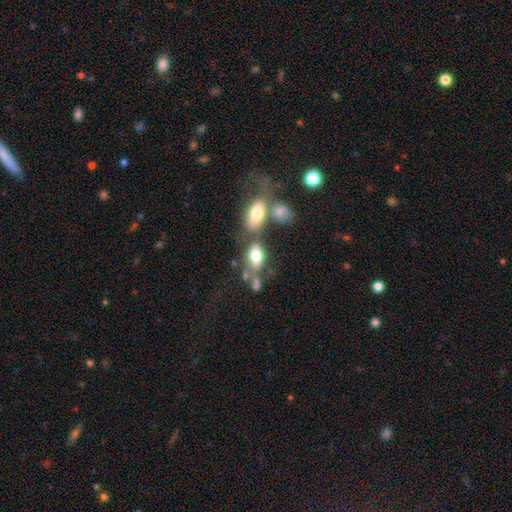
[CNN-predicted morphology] Smooth or featured? Predicted: smooth (p=0.73). How rounded? Predicted: in between (p=0.86). Merging? Predicted: none (p=0.39).